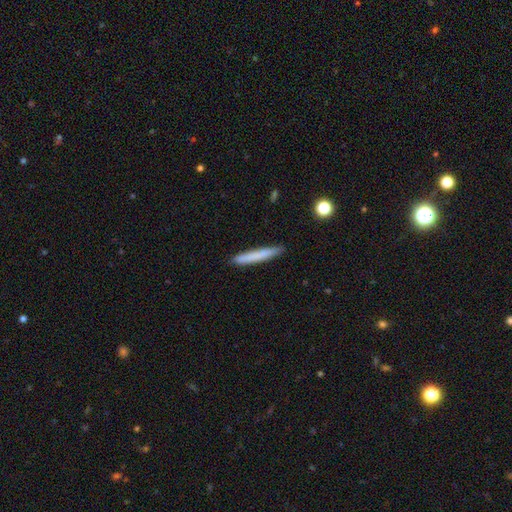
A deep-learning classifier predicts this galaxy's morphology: The model was most divided on "smooth or featured": smooth: 74%, featured or disk: 20%, star or artifact: 6%. More confident: how rounded — cigar-shaped (96%); merging — none (90%).